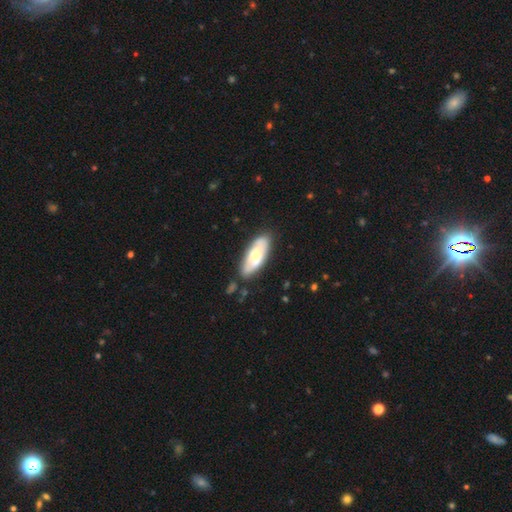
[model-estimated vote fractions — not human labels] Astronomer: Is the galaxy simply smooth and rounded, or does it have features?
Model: smooth — 52% (runner-up: featured or disk, 42%).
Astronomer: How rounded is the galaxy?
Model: in between — 72%.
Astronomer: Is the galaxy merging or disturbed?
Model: none — 77%.